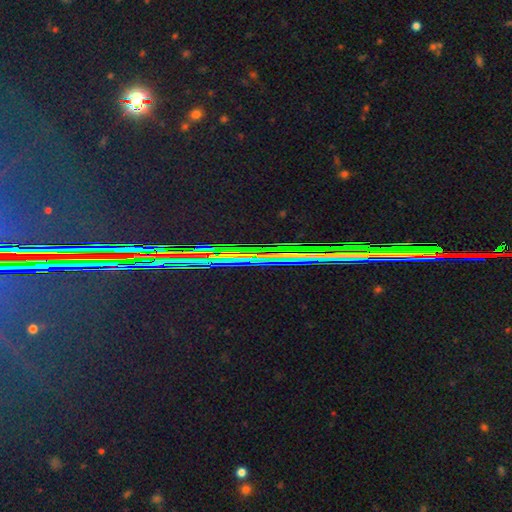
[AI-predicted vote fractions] This is clearly a star or artifact rather than a galaxy (86%).